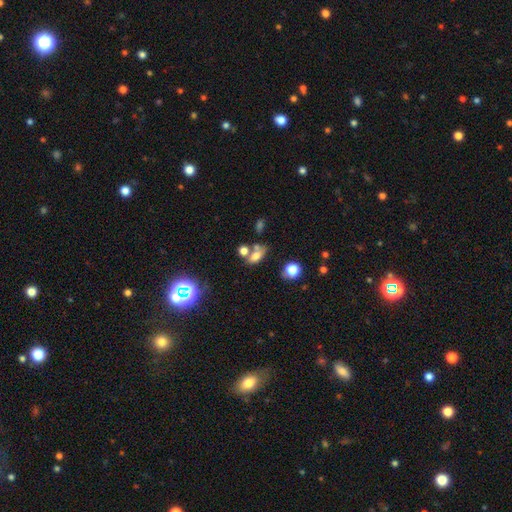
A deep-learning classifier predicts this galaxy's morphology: This is likely a smooth galaxy (65%). How rounded: likely in between (77%). Merging: marginally none (42%).